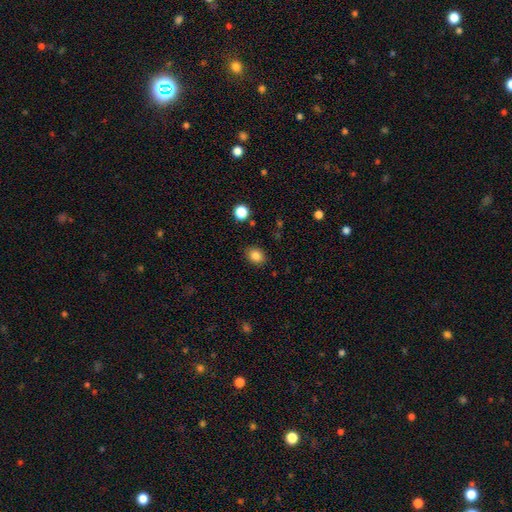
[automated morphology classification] A smooth galaxy with no disk features (84%) that is round (51%).

Vote fractions:
- Smooth or featured? smooth: 84% / star or artifact: 10% / featured or disk: 5%
- How rounded? round: 51% / in between: 48% / cigar-shaped: 1%
- Merging? none: 87% / minor disturbance: 9% / major disturbance: 2% / merger: 2%